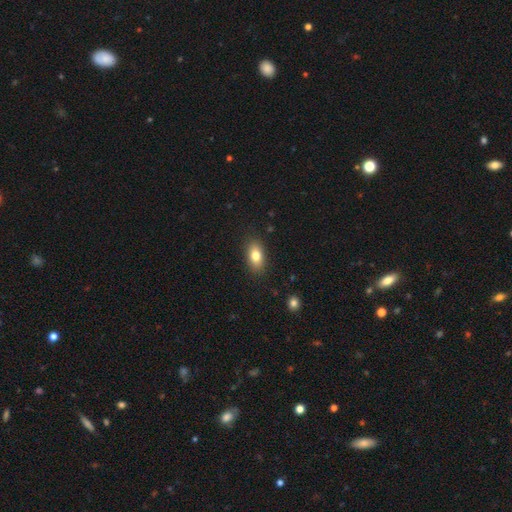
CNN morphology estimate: Smooth or featured? smooth (80%)
How rounded? in between (88%)
Merging? none (87%)